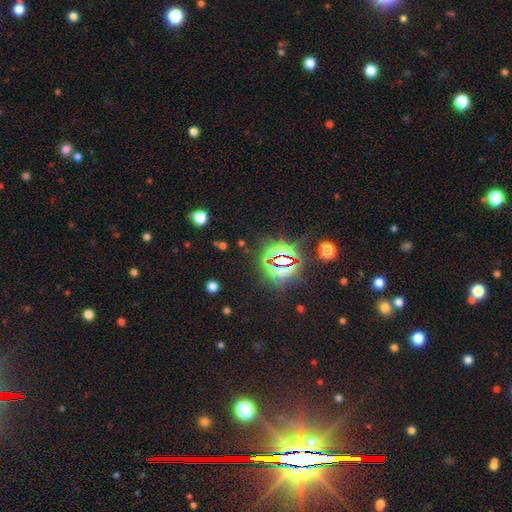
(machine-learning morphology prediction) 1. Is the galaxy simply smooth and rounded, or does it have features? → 84% star or artifact, 9% smooth, 7% featured or disk.